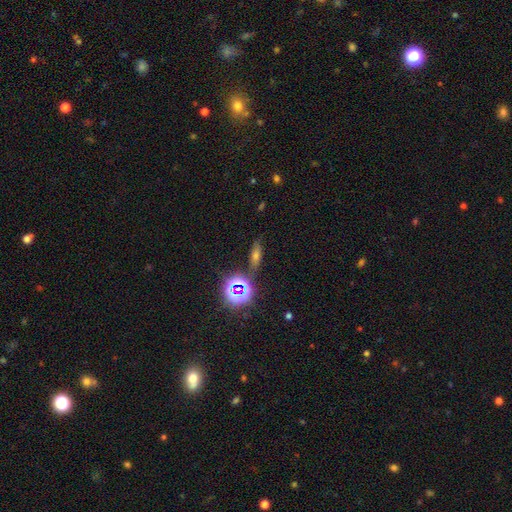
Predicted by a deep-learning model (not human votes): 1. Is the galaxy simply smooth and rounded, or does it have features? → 40% smooth, 34% star or artifact, 26% featured or disk.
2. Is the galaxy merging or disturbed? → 80% none, 12% minor disturbance, 4% merger, 4% major disturbance.